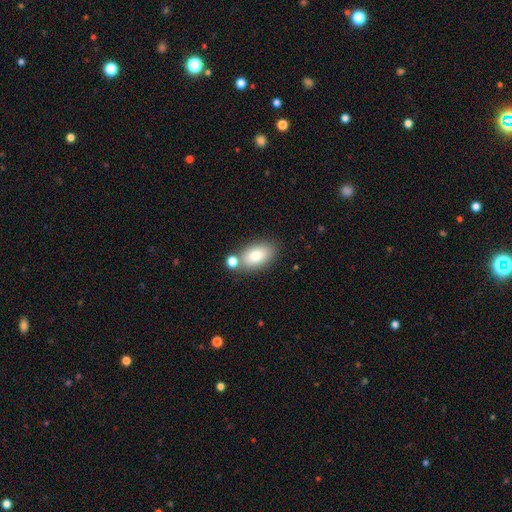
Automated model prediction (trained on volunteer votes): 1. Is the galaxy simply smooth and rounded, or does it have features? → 80% smooth, 12% featured or disk, 8% star or artifact.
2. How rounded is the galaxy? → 92% in between, 6% round, 2% cigar-shaped.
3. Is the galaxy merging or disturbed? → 67% none, 17% merger, 12% minor disturbance, 3% major disturbance.